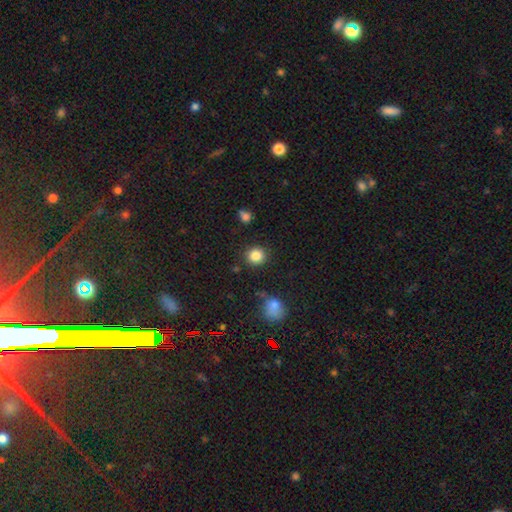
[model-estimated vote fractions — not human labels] The model was most divided on "smooth or featured": smooth: 85%, star or artifact: 11%, featured or disk: 5%. More confident: how rounded — round (88%); merging — none (87%).